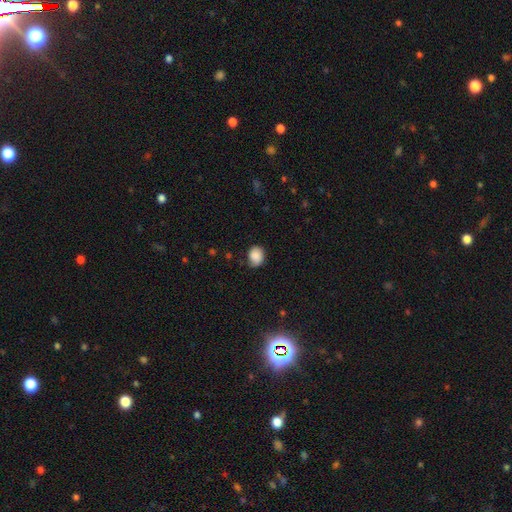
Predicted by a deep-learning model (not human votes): Morphology: type=smooth (85%); roundness=round (52%); merging=none (71%).